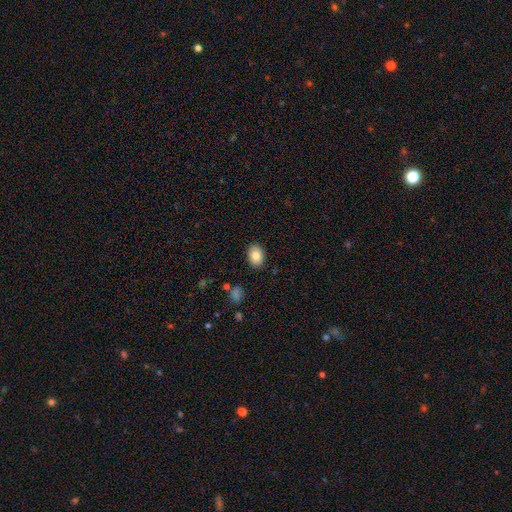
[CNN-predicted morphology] smooth_or_featured: smooth (p=0.85) [alt: star or artifact p=0.08]
how_rounded: in between (p=0.78) [alt: round p=0.21]
merging: none (p=0.88) [alt: minor disturbance p=0.08]